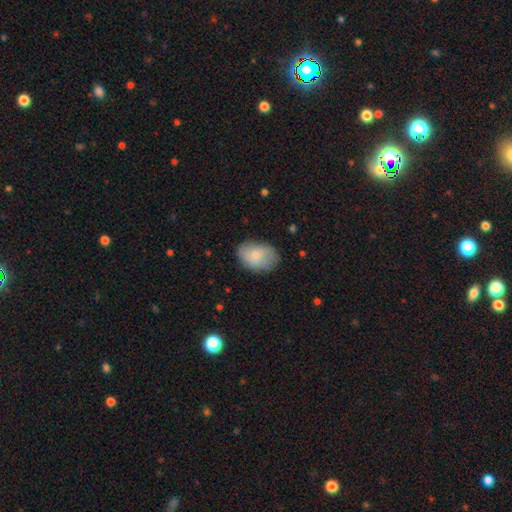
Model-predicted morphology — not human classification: type=smooth (70%); roundness=in between (80%); merging=none (76%).